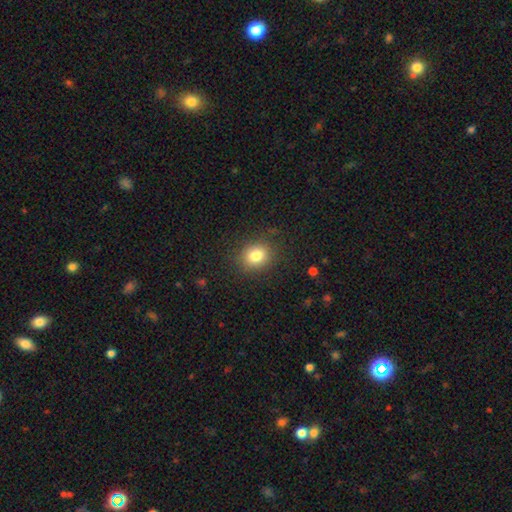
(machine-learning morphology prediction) type=smooth (82%); roundness=round (68%); merging=none (86%).